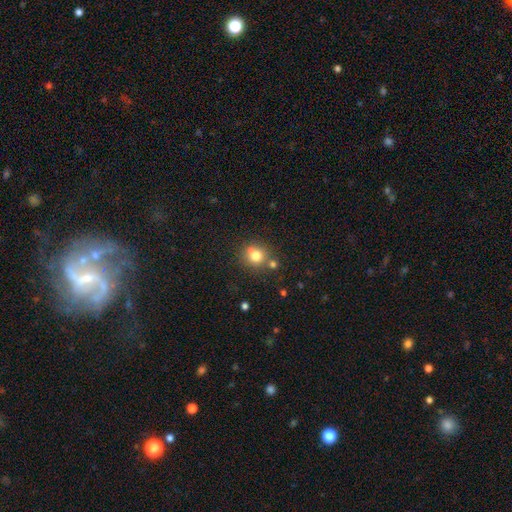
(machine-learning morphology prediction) Smooth or featured?
  - smooth: 74% *
  - star or artifact: 13%
  - featured or disk: 12%
How rounded?
  - round: 85% *
  - in between: 14%
  - cigar-shaped: 1%
Merging?
  - none: 64% *
  - merger: 21%
  - minor disturbance: 11%
  - major disturbance: 4%